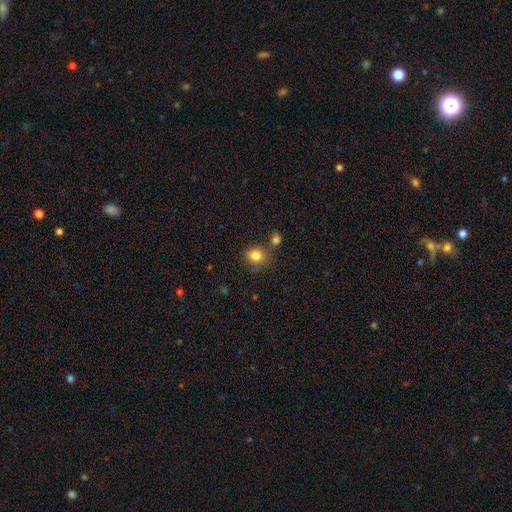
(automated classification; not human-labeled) A smooth galaxy with no disk features (83%) that is round (78%).

Vote fractions:
- Smooth or featured? smooth: 83% / star or artifact: 11% / featured or disk: 6%
- How rounded? round: 78% / in between: 21% / cigar-shaped: 1%
- Merging? none: 69% / merger: 14% / minor disturbance: 13% / major disturbance: 4%